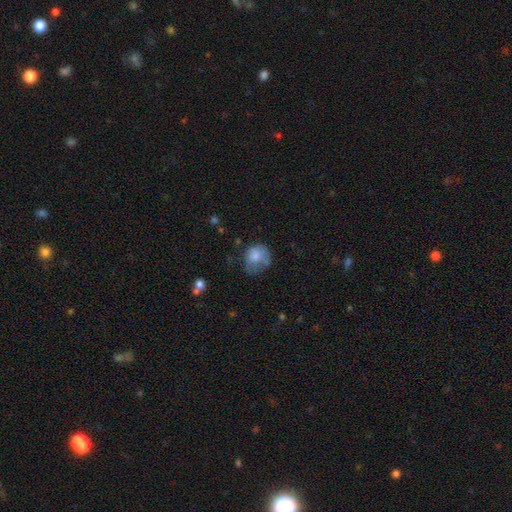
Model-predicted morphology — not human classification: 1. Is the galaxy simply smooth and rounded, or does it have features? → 76% smooth, 16% featured or disk, 8% star or artifact.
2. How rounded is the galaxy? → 67% round, 32% in between, 1% cigar-shaped.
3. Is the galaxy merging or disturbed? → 38% none, 34% minor disturbance, 25% major disturbance, 3% merger.